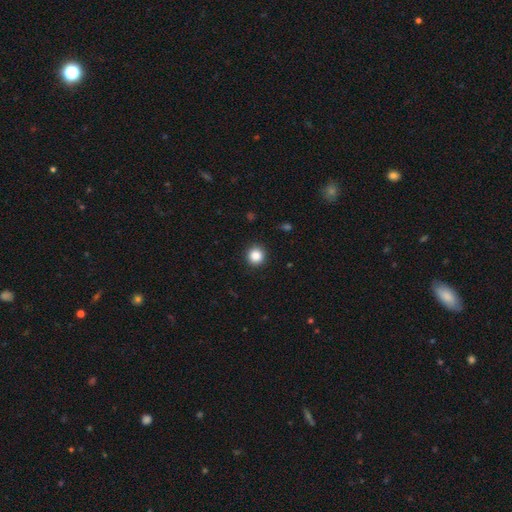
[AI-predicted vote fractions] Smooth or featured? Predicted: smooth (p=0.87). How rounded? Predicted: round (p=0.93). Merging? Predicted: none (p=0.92).